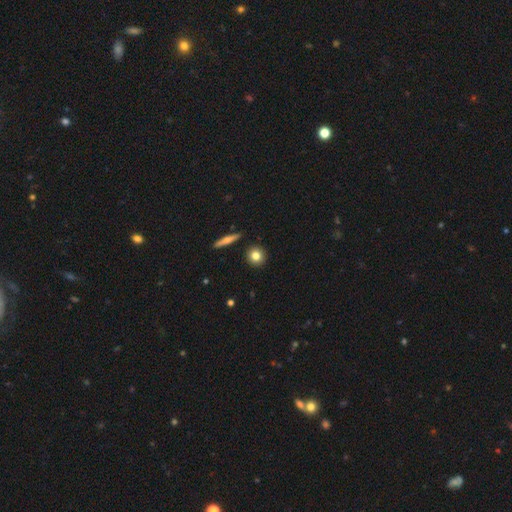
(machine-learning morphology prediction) A smooth galaxy with no disk features (81%) that is round (86%).

Vote fractions:
- Smooth or featured? smooth: 81% / featured or disk: 11% / star or artifact: 9%
- How rounded? round: 86% / in between: 11% / cigar-shaped: 2%
- Merging? none: 91% / minor disturbance: 6% / merger: 2% / major disturbance: 2%